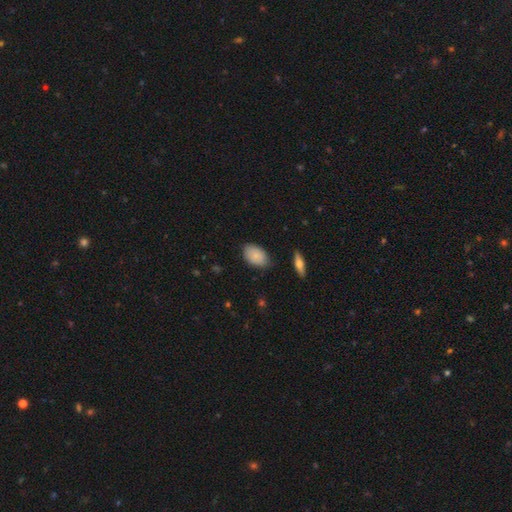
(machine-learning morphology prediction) This is clearly a smooth galaxy (81%). How rounded: clearly in between (90%). Merging: clearly none (81%).